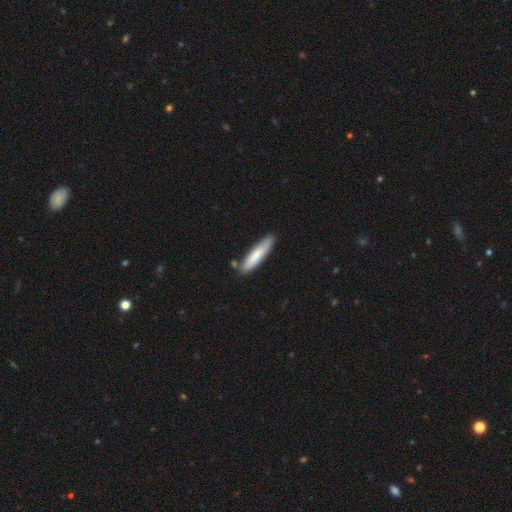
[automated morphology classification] smooth 75%, featured or disk 20%, star or artifact 5%. Down the decision tree: how rounded — cigar-shaped (85%); merging — none (81%).